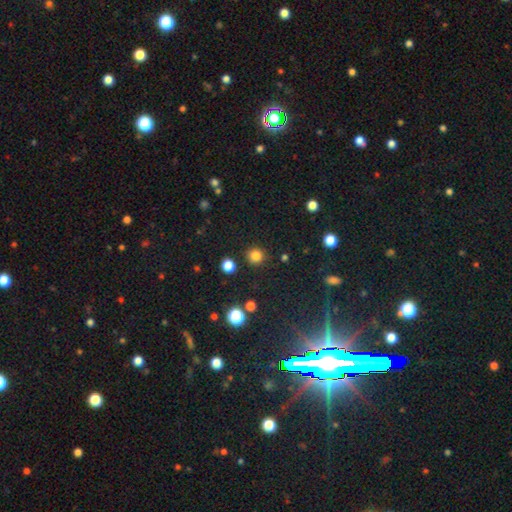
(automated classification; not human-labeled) A smooth galaxy with no disk features (81%) that is round (93%). Merging: none (89%).